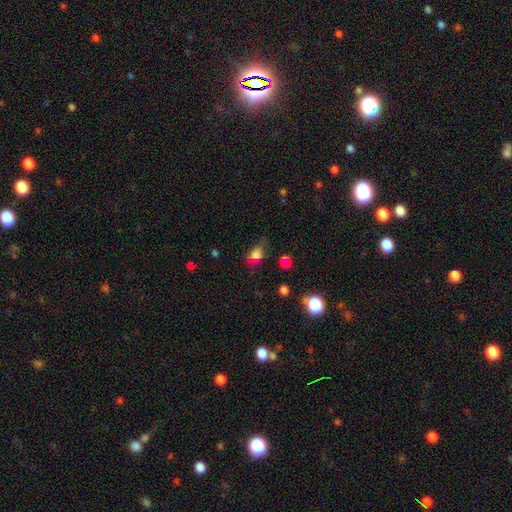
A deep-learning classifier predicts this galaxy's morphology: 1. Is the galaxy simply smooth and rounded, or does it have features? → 73% smooth, 16% star or artifact, 11% featured or disk.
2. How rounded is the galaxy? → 77% in between, 20% round, 3% cigar-shaped.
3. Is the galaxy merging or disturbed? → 58% none, 26% minor disturbance, 11% major disturbance, 5% merger.